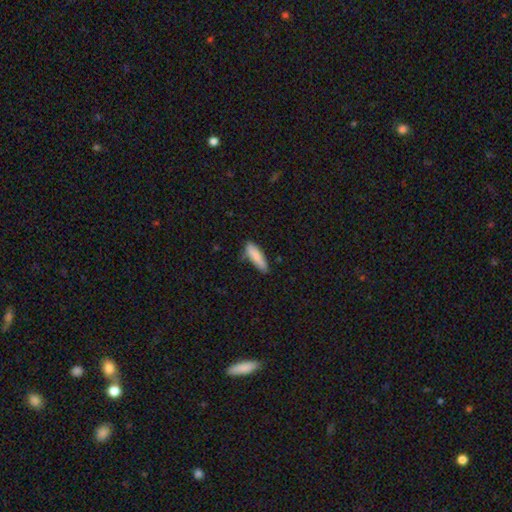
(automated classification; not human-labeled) Smooth or featured?
  - smooth: 84% *
  - featured or disk: 9%
  - star or artifact: 6%
How rounded?
  - cigar-shaped: 57% *
  - in between: 41%
  - round: 2%
Merging?
  - none: 68% *
  - minor disturbance: 24%
  - major disturbance: 4%
  - merger: 3%